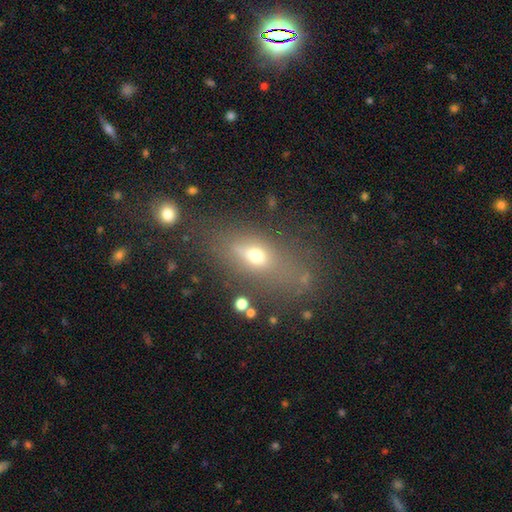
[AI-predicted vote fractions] Overall: smooth (59%; featured or disk 24%). How rounded: in between (66%). Merging: none (62%).